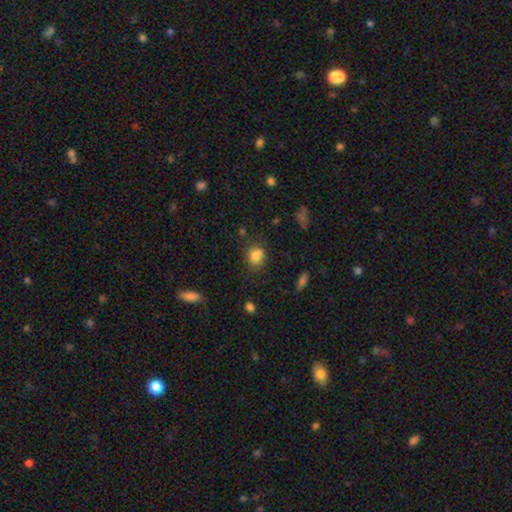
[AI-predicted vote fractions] Smooth or featured? Predicted: smooth (p=0.82). How rounded? Predicted: round (p=0.58). Merging? Predicted: none (p=0.68).